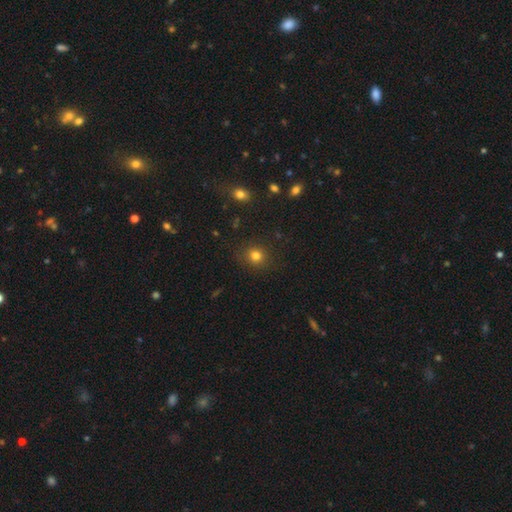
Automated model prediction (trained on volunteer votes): Overall: smooth (80%). How rounded: round (86%). Merging: none (87%).